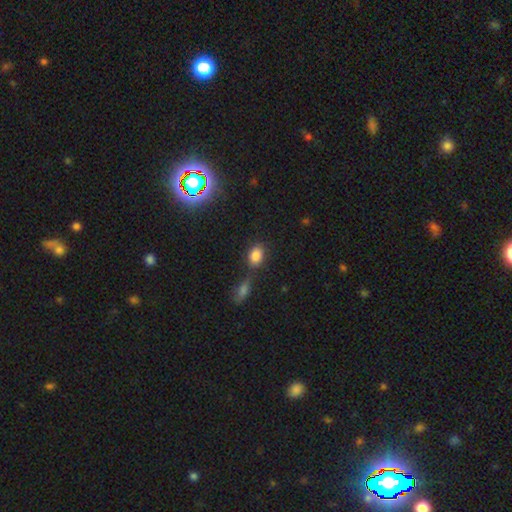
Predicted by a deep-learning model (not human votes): Smooth or featured: smooth — 82% (star or artifact — 12%)
How rounded: in between — 77% (round — 21%)
Merging: none — 65% (merger — 17%)